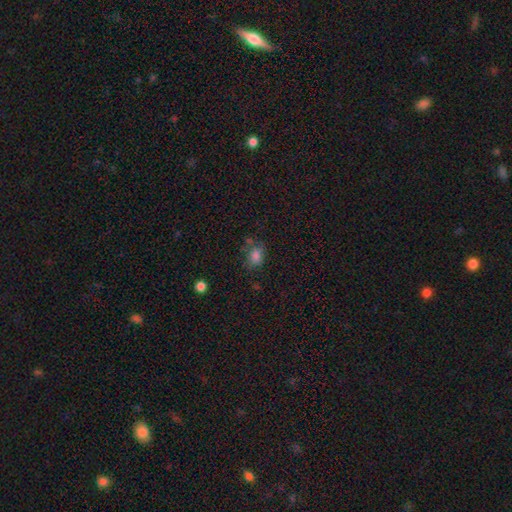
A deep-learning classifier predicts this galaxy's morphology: A smooth galaxy with no disk features (79%) that is in between round and cigar-shaped (66%).

Vote fractions:
- Smooth or featured? smooth: 79% / star or artifact: 14% / featured or disk: 8%
- How rounded? in between: 66% / round: 33% / cigar-shaped: 1%
- Merging? none: 58% / minor disturbance: 23% / major disturbance: 10% / merger: 10%